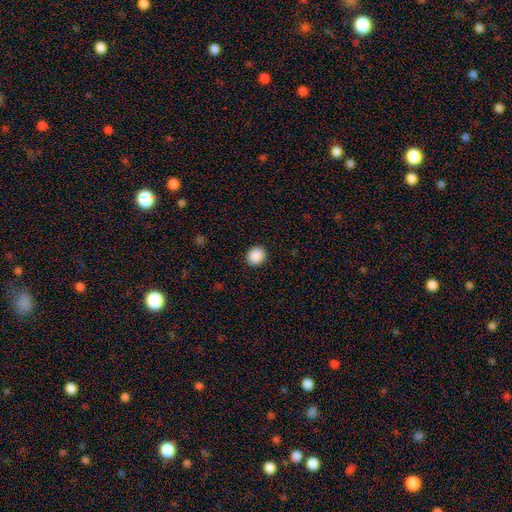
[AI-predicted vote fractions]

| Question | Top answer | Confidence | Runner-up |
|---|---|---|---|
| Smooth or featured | smooth | 89% | star or artifact (8%) |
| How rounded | round | 79% | in between (20%) |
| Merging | none | 92% | minor disturbance (5%) |